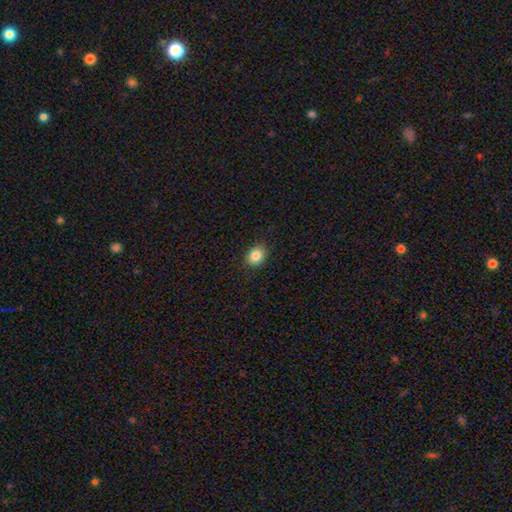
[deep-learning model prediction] A smooth galaxy with no disk features (84%) that is round (55%).

Vote fractions:
- Smooth or featured? smooth: 84% / star or artifact: 10% / featured or disk: 6%
- How rounded? round: 55% / in between: 44% / cigar-shaped: 1%
- Merging? none: 88% / minor disturbance: 9% / major disturbance: 2% / merger: 1%